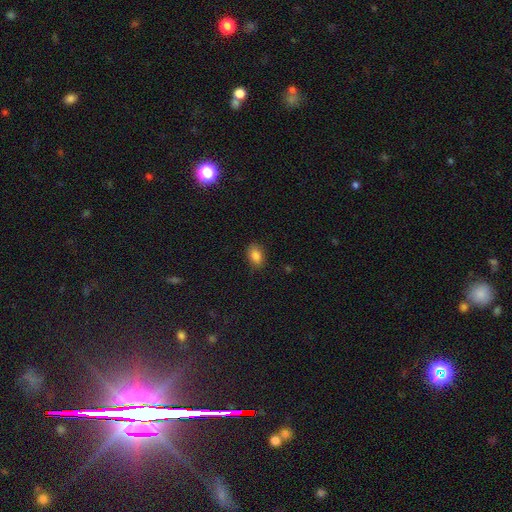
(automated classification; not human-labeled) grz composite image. It shows a smooth galaxy with no disk features (84%) that is in between round and cigar-shaped (79%). Merging: none (84%).